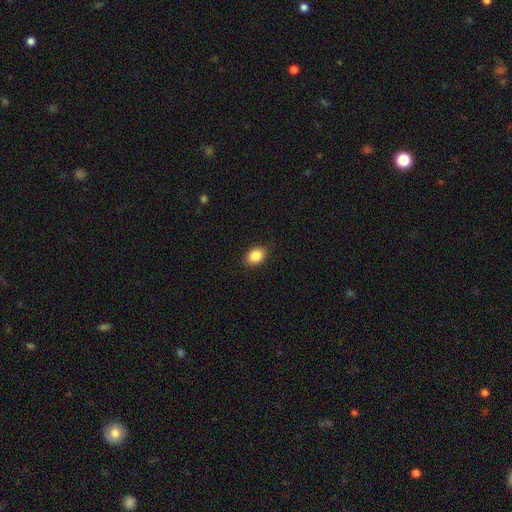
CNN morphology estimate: Smooth or featured? smooth (87%)
How rounded? in between (73%)
Merging? none (88%)